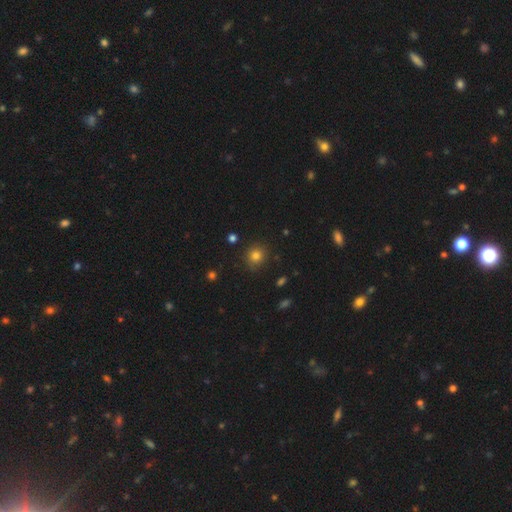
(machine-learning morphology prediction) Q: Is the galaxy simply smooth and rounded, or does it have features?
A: smooth — 79%.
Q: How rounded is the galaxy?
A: round — 86%.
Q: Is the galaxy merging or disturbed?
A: none — 87%.